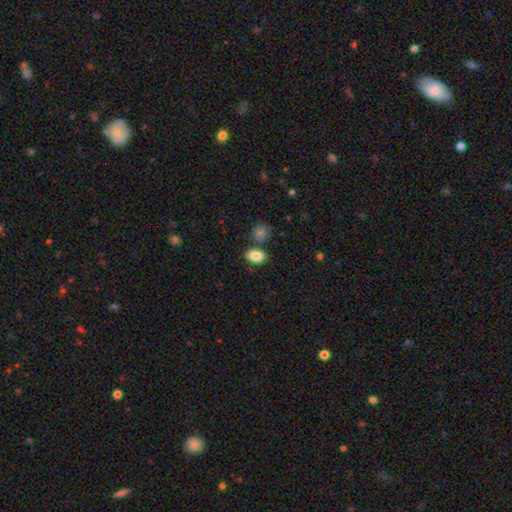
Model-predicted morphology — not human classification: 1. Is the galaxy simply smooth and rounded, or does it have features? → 87% smooth, 8% star or artifact, 5% featured or disk.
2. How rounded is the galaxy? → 86% in between, 12% round, 1% cigar-shaped.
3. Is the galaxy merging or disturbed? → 70% none, 15% merger, 12% minor disturbance, 3% major disturbance.